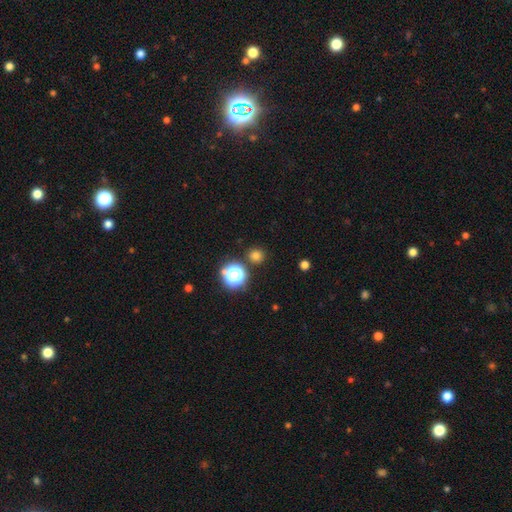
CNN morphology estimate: A smooth galaxy with no disk features (74%) that is round (92%).

Vote fractions:
- Smooth or featured? smooth: 74% / star or artifact: 21% / featured or disk: 5%
- How rounded? round: 92% / in between: 7% / cigar-shaped: 1%
- Merging? none: 88% / minor disturbance: 6% / merger: 3% / major disturbance: 3%